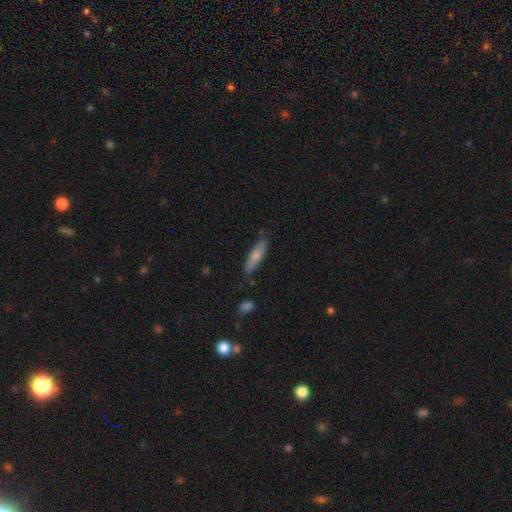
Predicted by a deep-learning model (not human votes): Smooth or featured? smooth (70%)
How rounded? cigar-shaped (68%)
Merging? none (81%)